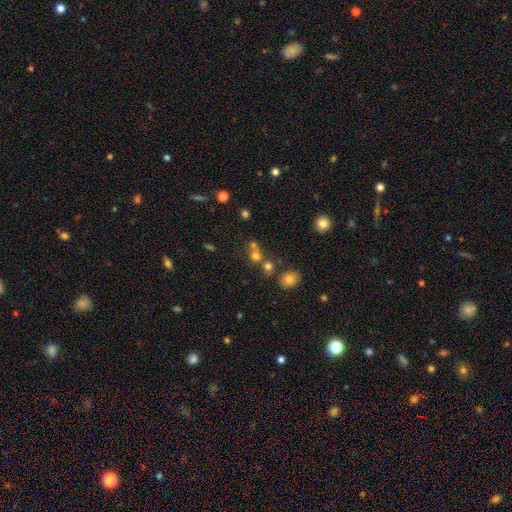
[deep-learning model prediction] Smooth or featured?
  - smooth: 51% *
  - star or artifact: 35%
  - featured or disk: 13%
How rounded?
  - round: 70% *
  - in between: 26%
  - cigar-shaped: 3%
Merging?
  - none: 57% *
  - merger: 28%
  - minor disturbance: 9%
  - major disturbance: 5%